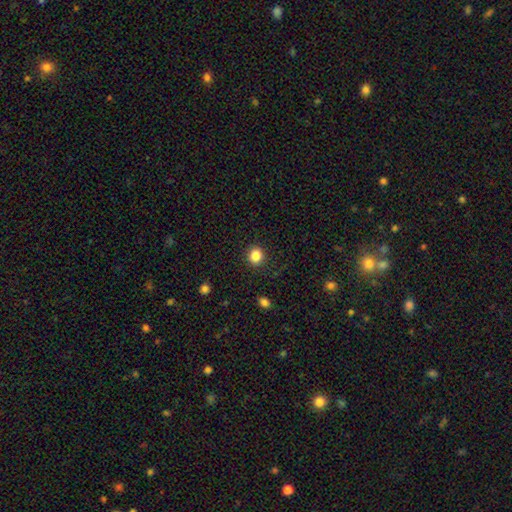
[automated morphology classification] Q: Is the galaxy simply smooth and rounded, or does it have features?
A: smooth — 85%.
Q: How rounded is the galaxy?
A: round — 82%.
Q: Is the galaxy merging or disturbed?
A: none — 90%.